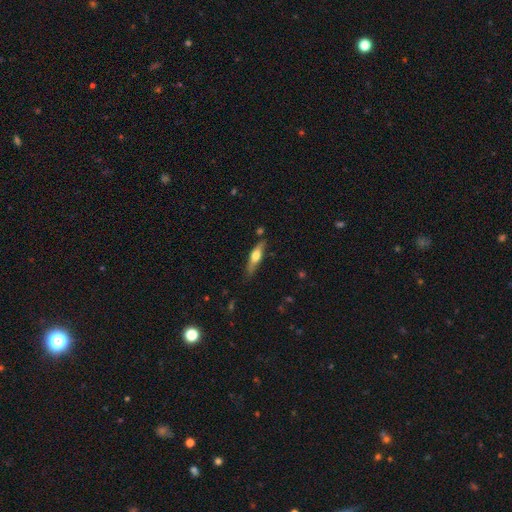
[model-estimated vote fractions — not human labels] This is possibly a smooth galaxy (49%). Merging: likely none (73%).